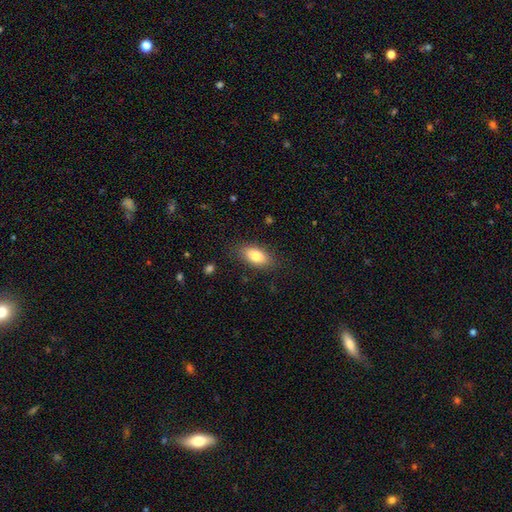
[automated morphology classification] This is clearly a smooth galaxy (81%). How rounded: clearly in between (88%). Merging: clearly none (84%).